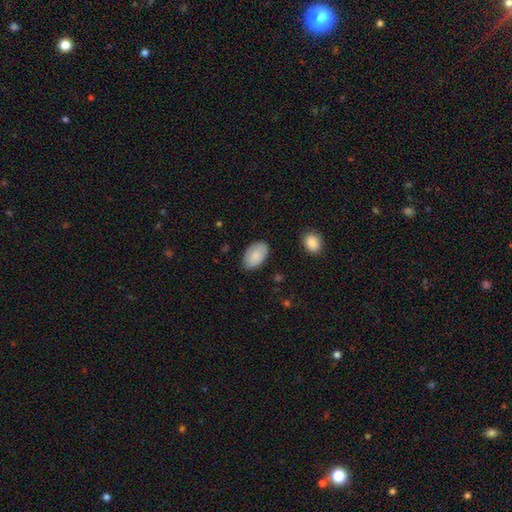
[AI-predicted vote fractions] smooth-or-featured: smooth: 84% | featured or disk: 10% | star or artifact: 6%
  how-rounded: in between: 93% | round: 6% | cigar-shaped: 1%
  merging: none: 81% | minor disturbance: 15% | major disturbance: 3% | merger: 1%